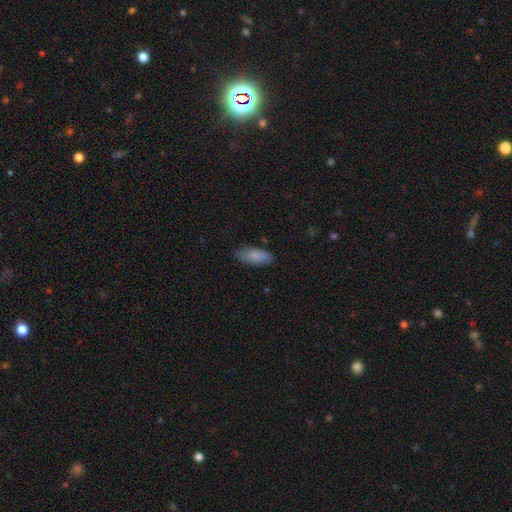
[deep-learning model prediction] Smooth or featured?
  - smooth: 85% *
  - featured or disk: 9%
  - star or artifact: 6%
How rounded?
  - in between: 82% *
  - cigar-shaped: 17%
  - round: 2%
Merging?
  - none: 78% *
  - minor disturbance: 17%
  - major disturbance: 4%
  - merger: 1%